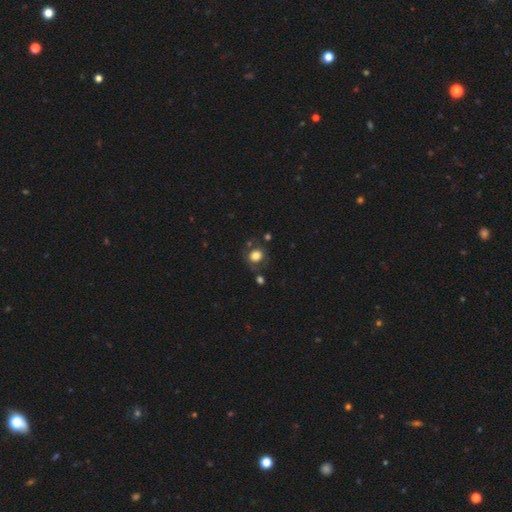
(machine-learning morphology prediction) type=smooth (78%); roundness=round (72%); merging=none (69%).